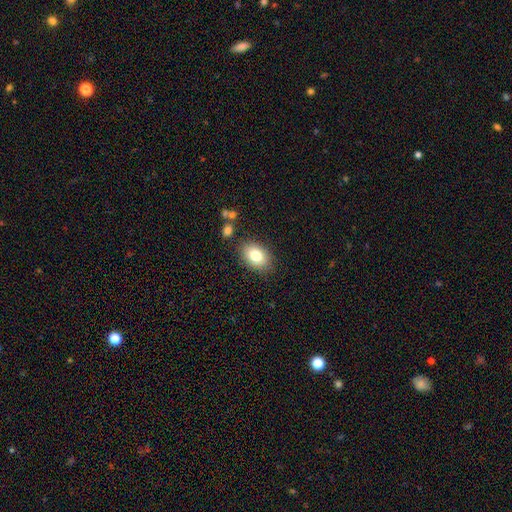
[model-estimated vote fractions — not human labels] Q: Smooth or featured?
A: smooth (81%); runner-up: featured or disk (11%)
Q: How rounded?
A: in between (82%); runner-up: round (16%)
Q: Merging?
A: none (84%); runner-up: minor disturbance (11%)